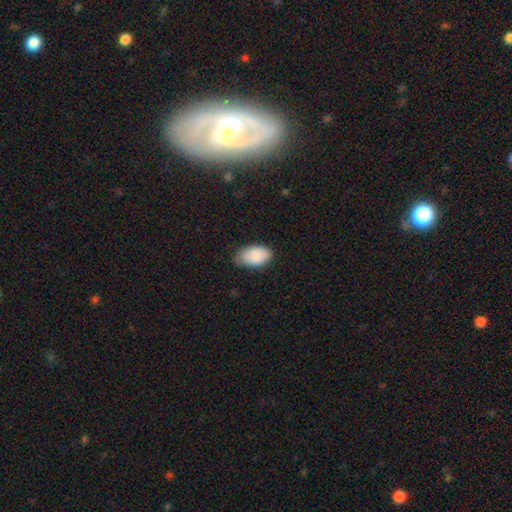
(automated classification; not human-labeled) The model was most divided on "merging": none: 71%, minor disturbance: 24%, major disturbance: 4%, merger: 1%. More confident: how rounded — in between (93%); smooth or featured — smooth (84%).